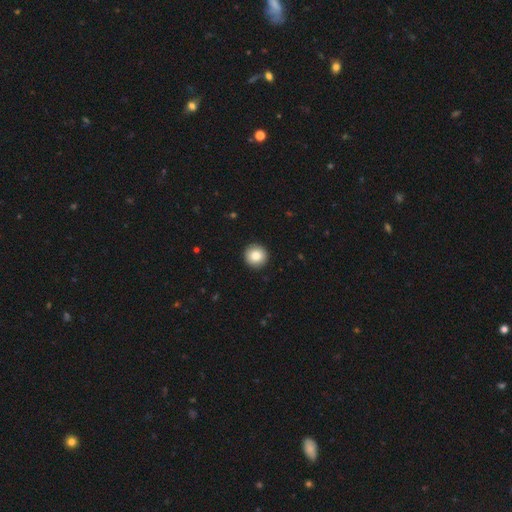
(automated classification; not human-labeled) Smooth or featured: smooth — 85% (star or artifact — 8%)
How rounded: round — 96% (in between — 3%)
Merging: none — 94% (minor disturbance — 4%)